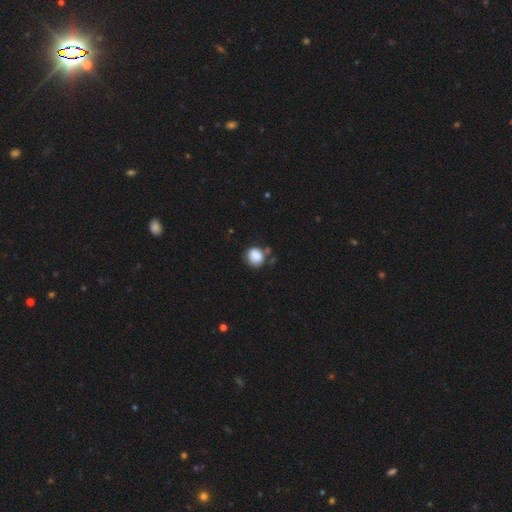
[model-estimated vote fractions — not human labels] Q: Smooth or featured?
A: smooth (86%); runner-up: star or artifact (9%)
Q: How rounded?
A: round (76%); runner-up: in between (24%)
Q: Merging?
A: none (65%); runner-up: minor disturbance (20%)